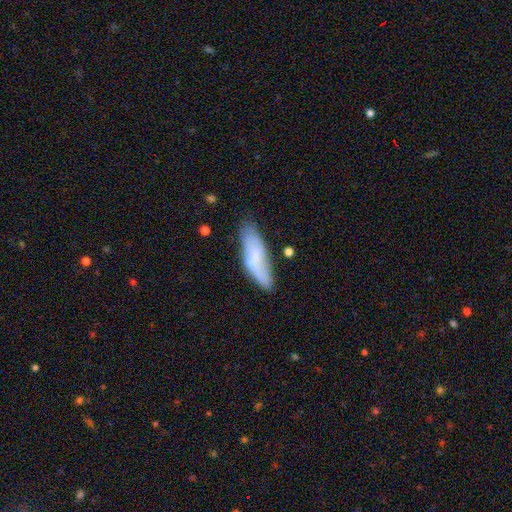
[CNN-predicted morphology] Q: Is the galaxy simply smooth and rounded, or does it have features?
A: smooth — 60%.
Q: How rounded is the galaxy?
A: cigar-shaped — 52%.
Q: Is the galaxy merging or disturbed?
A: none — 67%.